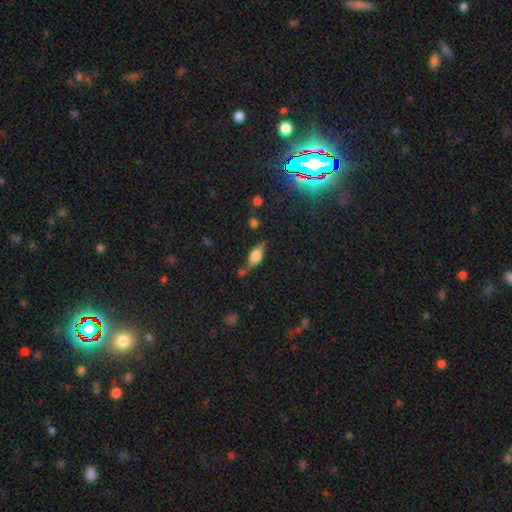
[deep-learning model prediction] Smooth or featured: featured or disk — 45% (tied with smooth — 45%)
Merging: none — 59% (minor disturbance — 22%)